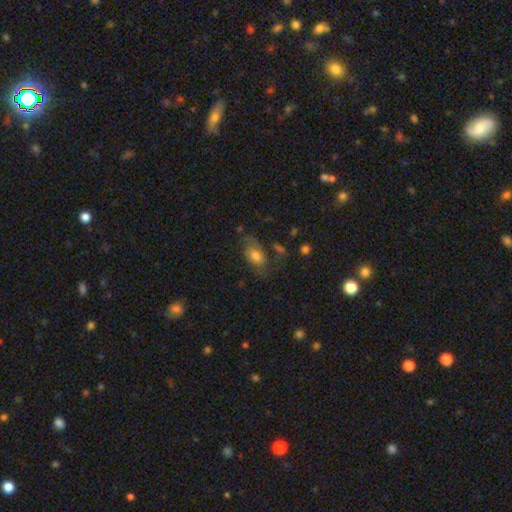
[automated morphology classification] This appears to be a smooth galaxy with no disk features (56%) that is in between round and cigar-shaped (83%). Merging: none (54%).